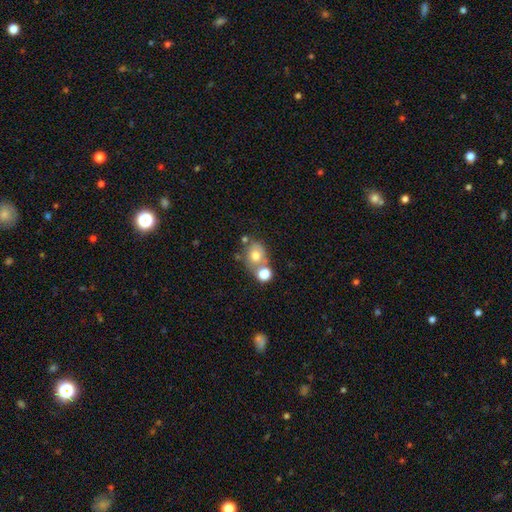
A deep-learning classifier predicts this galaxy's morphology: A smooth galaxy with no disk features (68%) that is round (58%).

Vote fractions:
- Smooth or featured? smooth: 68% / featured or disk: 21% / star or artifact: 11%
- How rounded? round: 58% / in between: 40% / cigar-shaped: 1%
- Merging? none: 40% (tied) / merger: 40% (tied) / minor disturbance: 13% / major disturbance: 7%